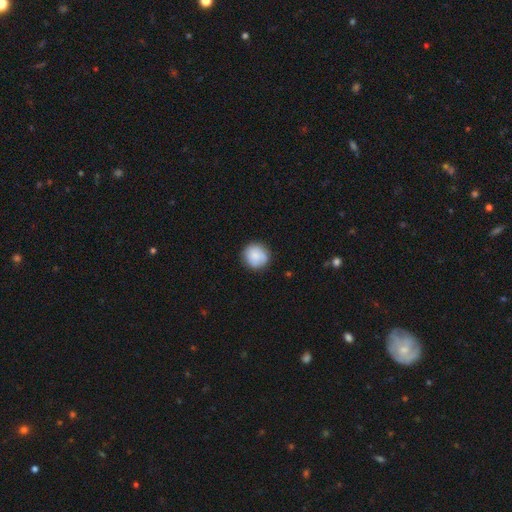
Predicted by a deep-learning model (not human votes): The model was most divided on "smooth or featured": smooth: 82%, featured or disk: 11%, star or artifact: 7%. More confident: how rounded — round (92%); merging — none (83%).